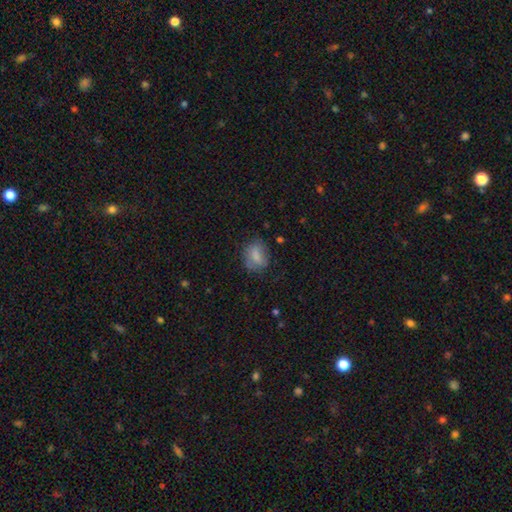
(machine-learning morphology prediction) Q: Smooth or featured?
A: smooth (75%); runner-up: featured or disk (16%)
Q: How rounded?
A: in between (60%); runner-up: round (38%)
Q: Merging?
A: none (66%); runner-up: minor disturbance (23%)